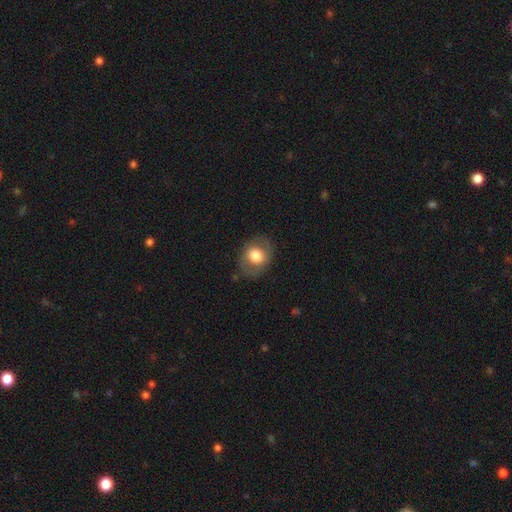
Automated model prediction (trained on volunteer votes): This appears to be a smooth galaxy with no disk features (67%) that is round (52%). Merging: none (78%).